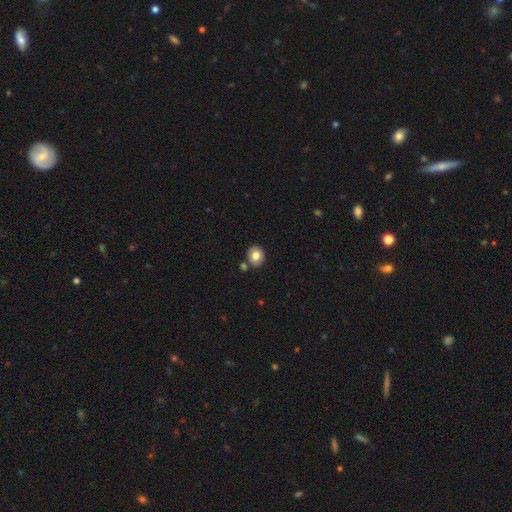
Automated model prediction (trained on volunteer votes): Overall: smooth (80%). How rounded: round (68%; in between 31%). Merging: none (78%).